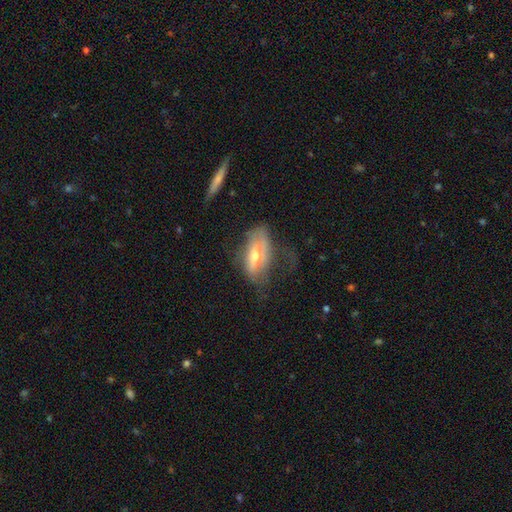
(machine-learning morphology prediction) A featured or disk galaxy (47%).

Vote fractions:
- Smooth or featured? featured or disk: 47% / smooth: 44% / star or artifact: 8%
- Merging? none: 34% / major disturbance: 33% / minor disturbance: 30% / merger: 3%